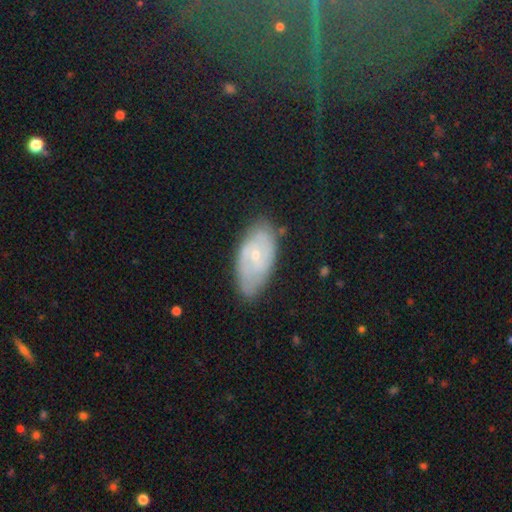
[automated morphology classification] A featured or disk galaxy (56%) with no bar (72%), spiral arms (54%) and a small central bulge (63%). Merging: none (65%).